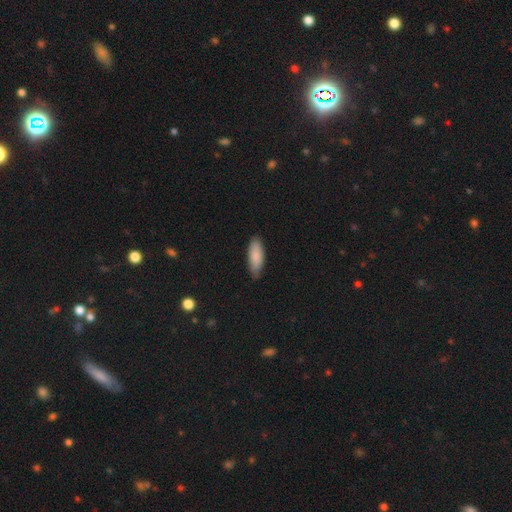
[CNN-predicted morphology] smooth 87%, featured or disk 8%, star or artifact 5%. Down the decision tree: how rounded — in between (67%); merging — none (78%).